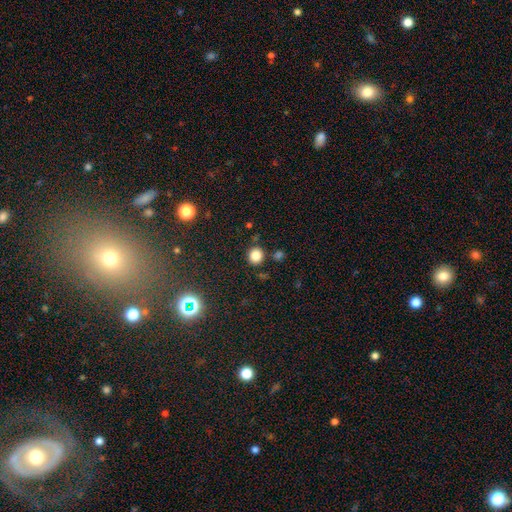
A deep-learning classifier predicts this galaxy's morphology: smooth_or_featured: smooth (p=0.82) [alt: star or artifact p=0.13]
how_rounded: round (p=0.89) [alt: in between p=0.10]
merging: none (p=0.86) [alt: minor disturbance p=0.07]